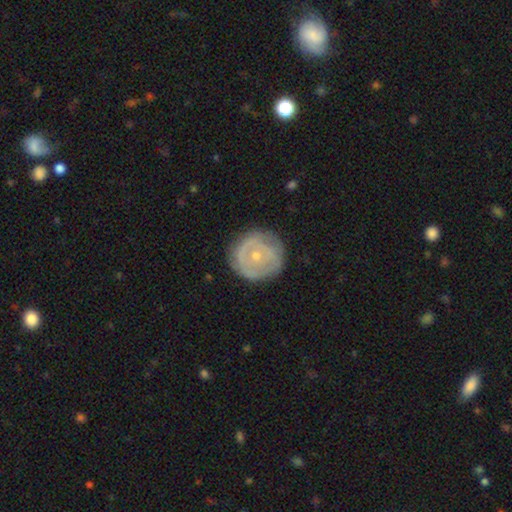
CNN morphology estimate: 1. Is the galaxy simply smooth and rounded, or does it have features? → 62% featured or disk, 32% smooth, 6% star or artifact.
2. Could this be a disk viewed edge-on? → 97% no, 3% yes.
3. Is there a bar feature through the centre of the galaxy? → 83% no, 13% weak, 4% strong.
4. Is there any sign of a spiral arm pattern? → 52% no, 48% yes.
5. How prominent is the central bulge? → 63% small, 34% moderate, 1% large, 1% none, 1% dominant.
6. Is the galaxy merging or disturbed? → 77% none, 17% minor disturbance, 5% major disturbance, 1% merger.